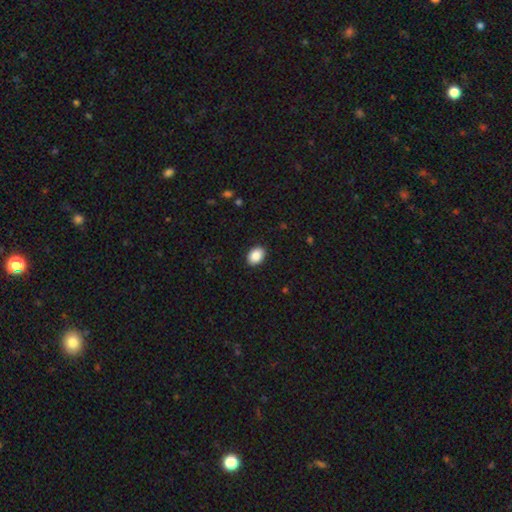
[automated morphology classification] smooth_or_featured: smooth (p=0.89) [alt: star or artifact p=0.07]
how_rounded: in between (p=0.77) [alt: round p=0.22]
merging: none (p=0.90) [alt: minor disturbance p=0.07]